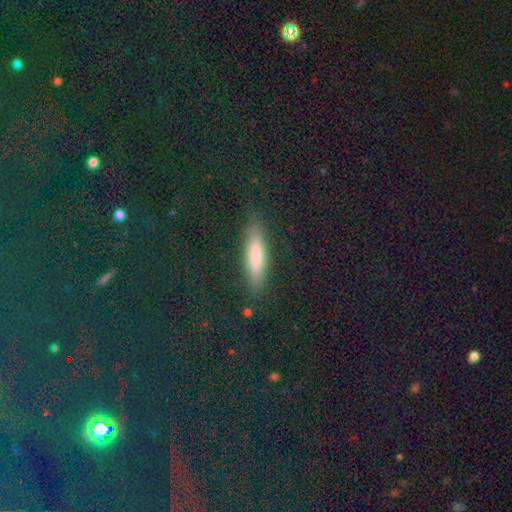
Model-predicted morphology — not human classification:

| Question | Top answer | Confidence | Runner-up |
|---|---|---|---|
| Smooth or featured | smooth | 71% | featured or disk (16%) |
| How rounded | cigar-shaped | 71% | in between (25%) |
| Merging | none | 86% | minor disturbance (9%) |